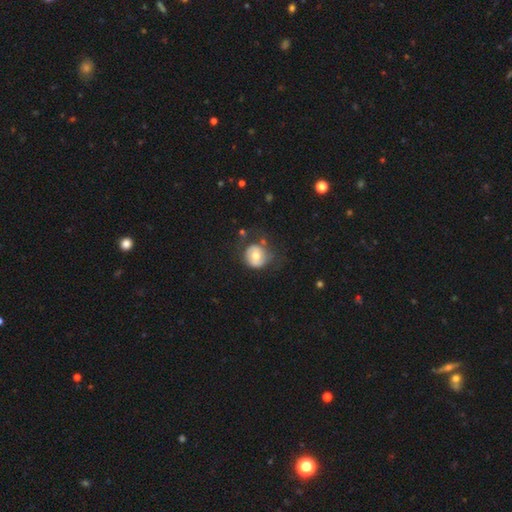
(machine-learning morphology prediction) smooth_or_featured: smooth (p=0.55) [alt: featured or disk p=0.38]
how_rounded: round (p=0.83) [alt: in between p=0.16]
merging: none (p=0.54) [alt: minor disturbance p=0.25]